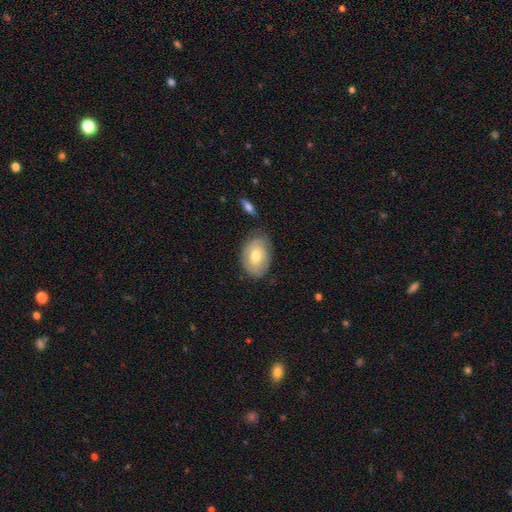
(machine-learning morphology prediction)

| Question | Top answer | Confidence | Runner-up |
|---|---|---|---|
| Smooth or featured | smooth | 56% | featured or disk (37%) |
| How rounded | in between | 81% | round (18%) |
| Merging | none | 72% | minor disturbance (21%) |